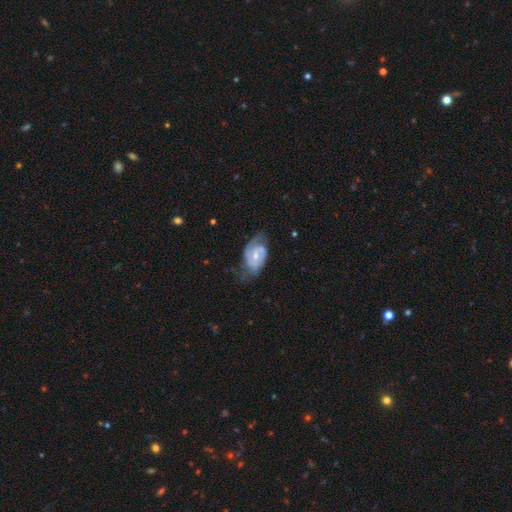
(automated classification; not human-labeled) featured or disk 76%, smooth 18%, star or artifact 6%. Down the decision tree: edge-on disk — no (96%); bar — weak (45%); spiral arms — yes (88%); spiral arm count — 2 (69%); spiral winding — medium (43%); bulge size — moderate (48%); merging — none (51%).